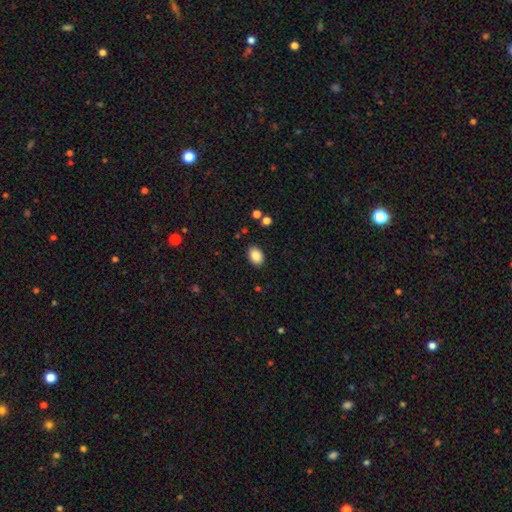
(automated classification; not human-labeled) Overall: smooth (87%). How rounded: in between (80%). Merging: none (88%).